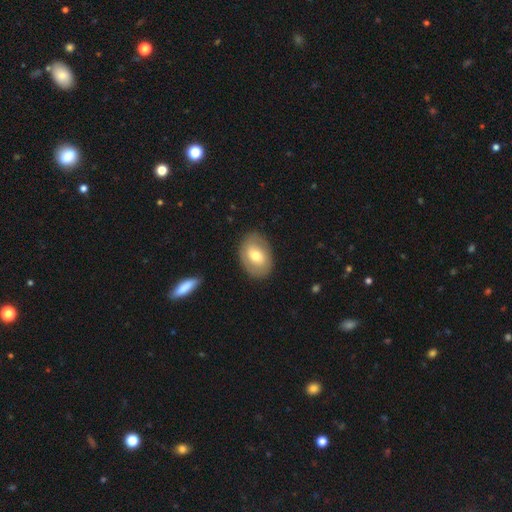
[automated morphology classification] Smooth or featured?
  - smooth: 60% *
  - featured or disk: 33%
  - star or artifact: 7%
How rounded?
  - in between: 75% *
  - round: 24%
  - cigar-shaped: 1%
Merging?
  - none: 84% *
  - minor disturbance: 11%
  - major disturbance: 4%
  - merger: 1%